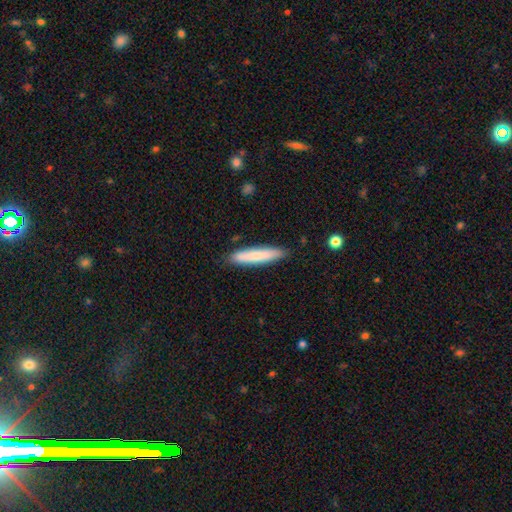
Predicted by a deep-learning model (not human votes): Smooth or featured?
  - smooth: 75% *
  - featured or disk: 19%
  - star or artifact: 6%
How rounded?
  - cigar-shaped: 89% *
  - in between: 10%
  - round: 1%
Merging?
  - none: 87% *
  - minor disturbance: 10%
  - major disturbance: 2%
  - merger: 1%